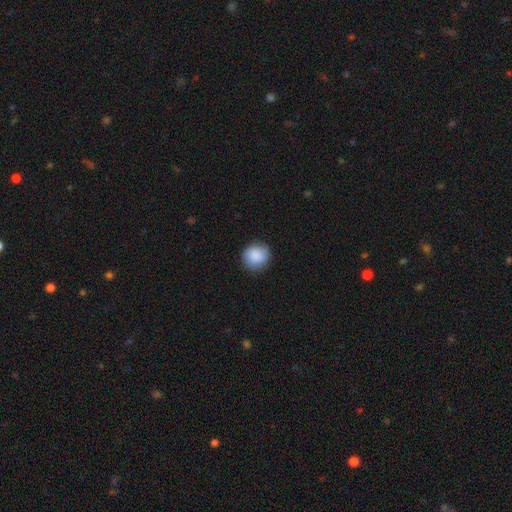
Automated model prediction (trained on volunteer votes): A smooth galaxy with no disk features (87%) that is round (85%). Merging: none (84%).